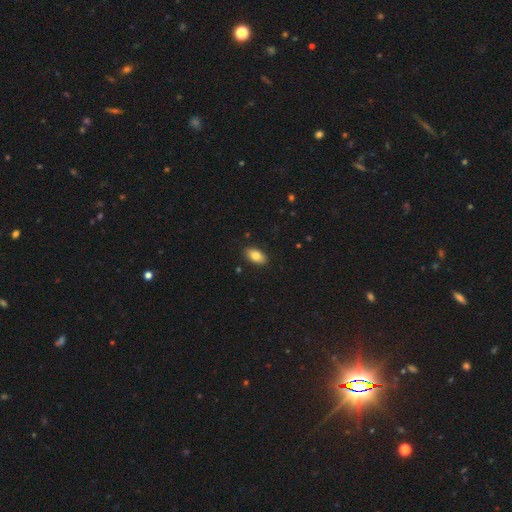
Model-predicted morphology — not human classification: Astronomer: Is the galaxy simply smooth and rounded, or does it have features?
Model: smooth — 82%.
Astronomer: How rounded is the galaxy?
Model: in between — 92%.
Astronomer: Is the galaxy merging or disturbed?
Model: none — 89%.